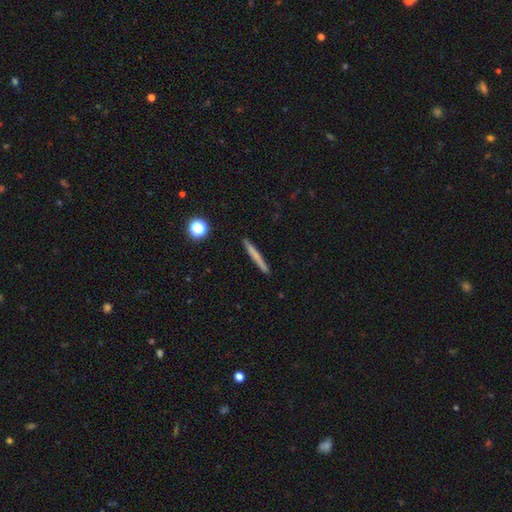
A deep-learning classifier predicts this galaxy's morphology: Smooth or featured: smooth — 64% (featured or disk — 28%)
How rounded: cigar-shaped — 96% (in between — 2%)
Merging: none — 91% (minor disturbance — 6%)